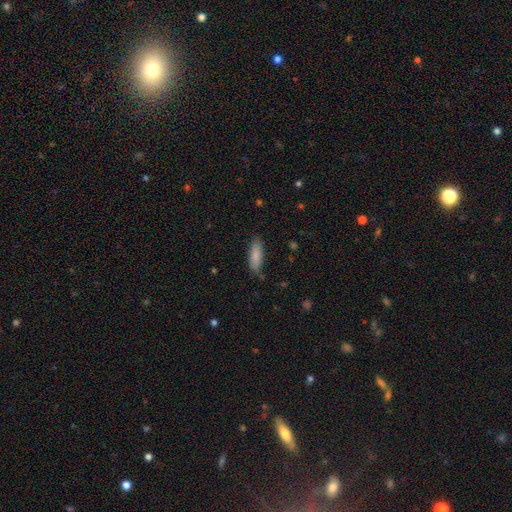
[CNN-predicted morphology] This appears to be a smooth galaxy with no disk features (86%) that is in between round and cigar-shaped (65%). Merging: none (81%).